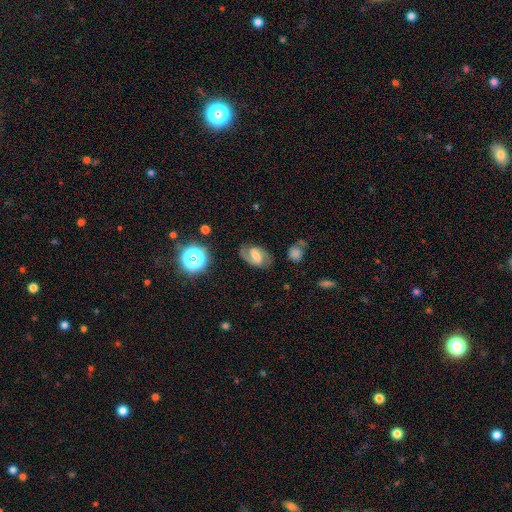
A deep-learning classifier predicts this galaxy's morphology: Smooth or featured: featured or disk — 73% (smooth — 17%)
Edge-on disk: no — 96% (yes — 4%)
Bar: weak — 50% (strong — 30%)
Spiral arms: yes — 94% (no — 6%)
Spiral winding: medium — 53% (tight — 27%)
Spiral arm count: 2 — 86% (can't tell — 6%)
Bulge size: moderate — 47% (small — 32%)
Merging: none — 77% (minor disturbance — 15%)